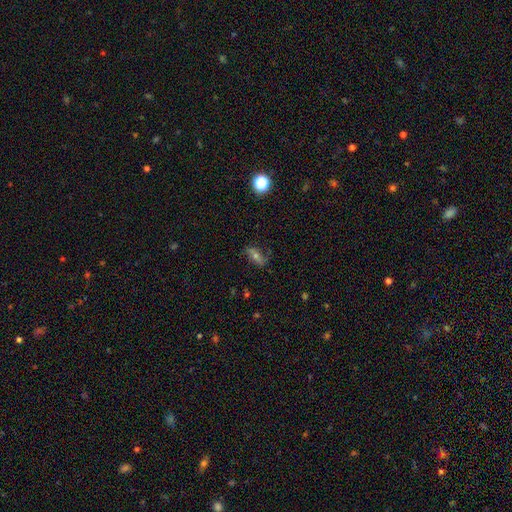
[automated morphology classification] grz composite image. It shows a featured or disk galaxy (49%). Merging: none (74%).